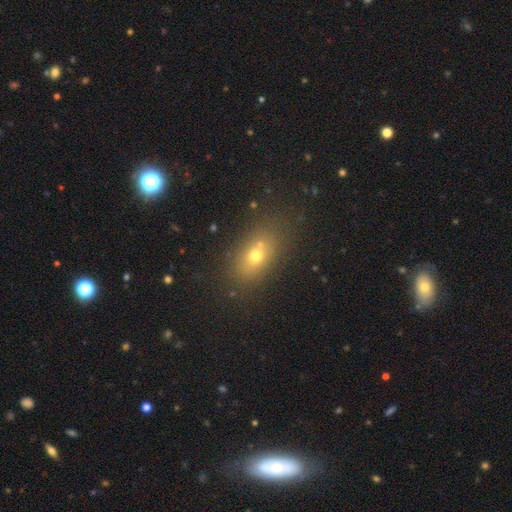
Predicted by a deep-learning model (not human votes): Overall: smooth (62%). How rounded: in between (68%). Merging: none (65%).